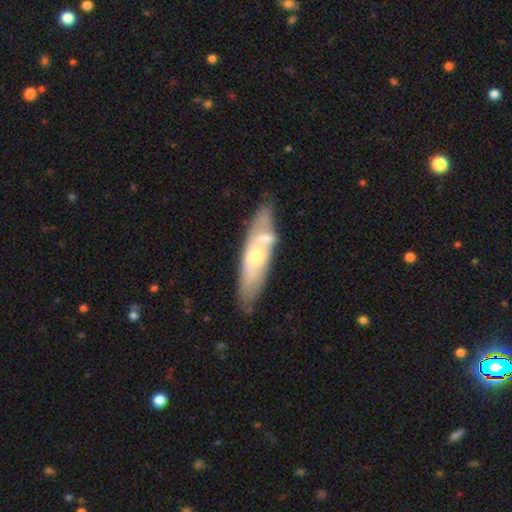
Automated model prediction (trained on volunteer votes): Smooth or featured: featured or disk — 53% (smooth — 41%)
Edge-on disk: no — 65% (yes — 35%)
Merging: none — 53% (merger — 21%)